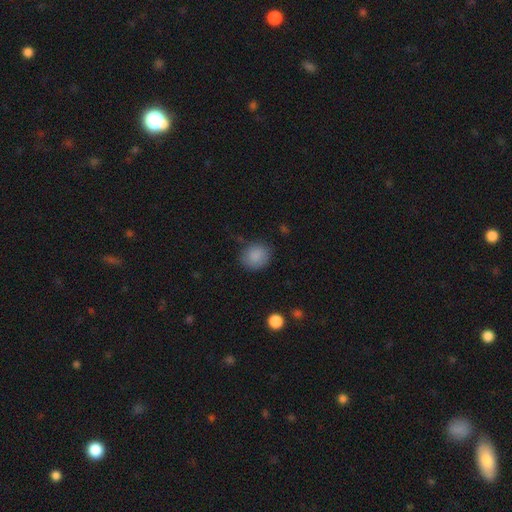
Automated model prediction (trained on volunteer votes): The model was most divided on "how rounded": round: 73%, in between: 26%, cigar-shaped: 1%. More confident: smooth or featured — smooth (87%); merging — none (80%).